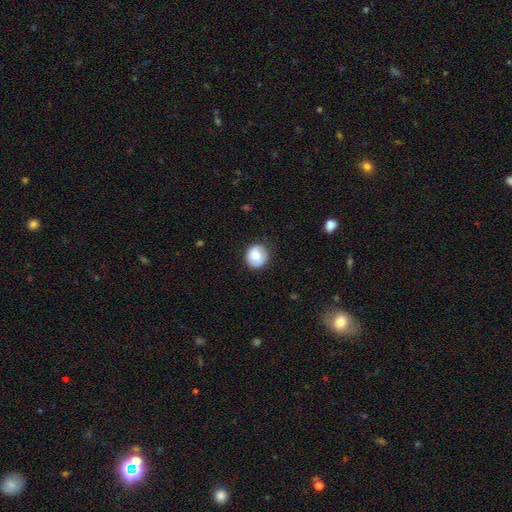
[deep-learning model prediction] smooth 80%, featured or disk 12%, star or artifact 8%. Down the decision tree: how rounded — round (81%); merging — none (80%).